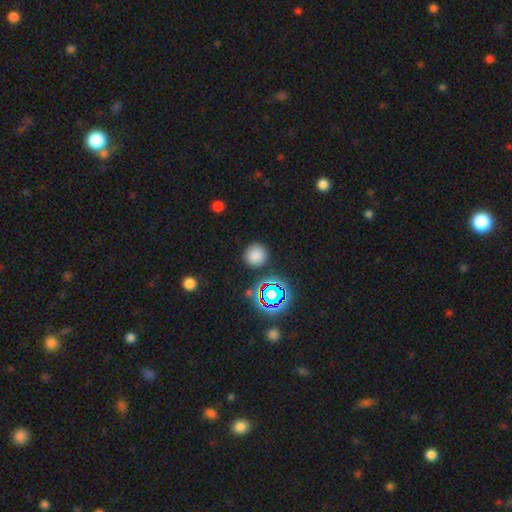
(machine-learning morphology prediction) Q: Smooth or featured?
A: smooth (75%); runner-up: star or artifact (19%)
Q: How rounded?
A: round (93%); runner-up: in between (6%)
Q: Merging?
A: none (87%); runner-up: minor disturbance (8%)